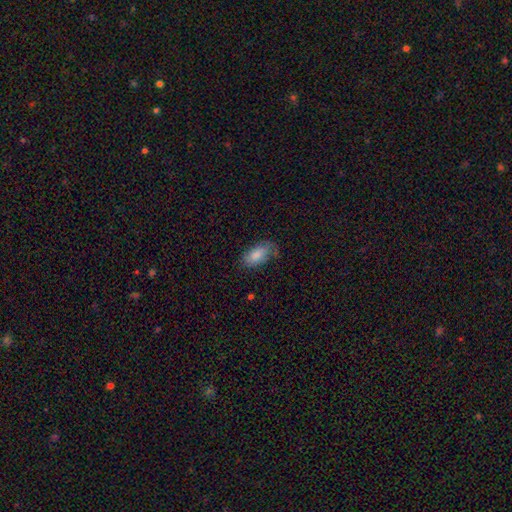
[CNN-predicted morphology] Smooth or featured?
  - smooth: 80% *
  - featured or disk: 13%
  - star or artifact: 7%
How rounded?
  - in between: 92% *
  - cigar-shaped: 5%
  - round: 3%
Merging?
  - none: 62% *
  - minor disturbance: 27%
  - major disturbance: 9%
  - merger: 2%